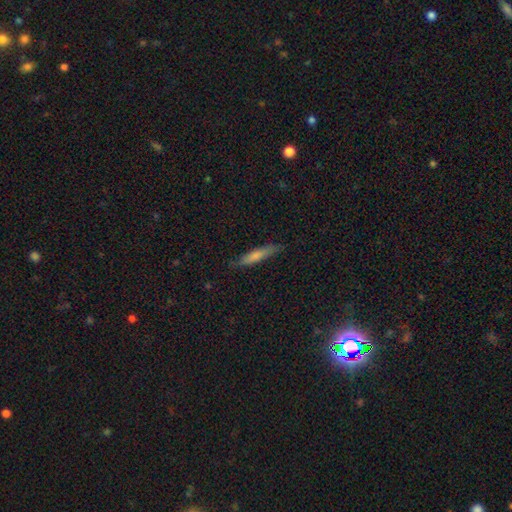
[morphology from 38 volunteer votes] Q: Smooth or featured?
A: smooth (63%); runner-up: featured or disk (29%)
Q: How rounded?
A: cigar-shaped (92%); runner-up: in between (8%)
Q: Merging?
A: none (83%); runner-up: minor disturbance (14%)